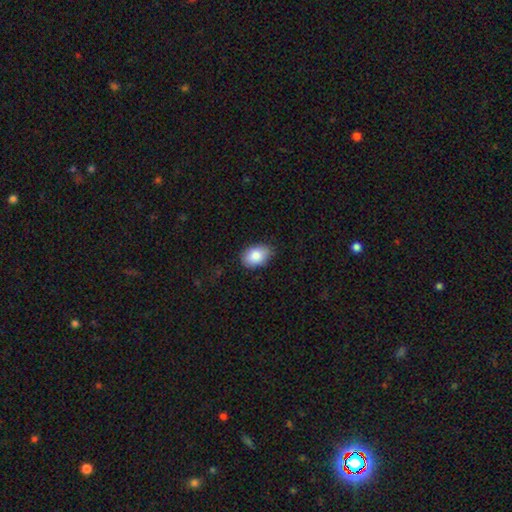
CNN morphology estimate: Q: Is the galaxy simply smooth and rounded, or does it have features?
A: smooth — 86%.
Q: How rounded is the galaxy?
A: in between — 88%.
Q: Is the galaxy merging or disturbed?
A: none — 80%.